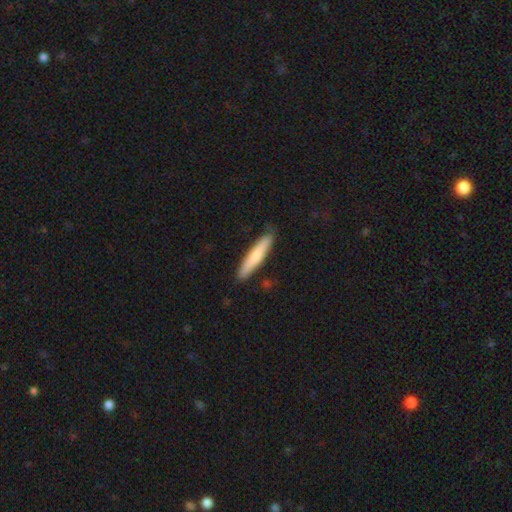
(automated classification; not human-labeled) Smooth or featured?
  - smooth: 73% *
  - featured or disk: 21%
  - star or artifact: 5%
How rounded?
  - cigar-shaped: 90% *
  - in between: 8%
  - round: 1%
Merging?
  - none: 87% *
  - minor disturbance: 10%
  - major disturbance: 2%
  - merger: 1%